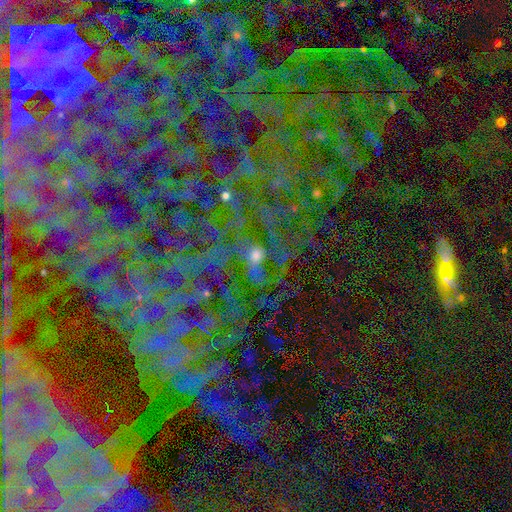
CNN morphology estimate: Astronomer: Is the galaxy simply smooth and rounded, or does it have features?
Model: star or artifact — 61%.